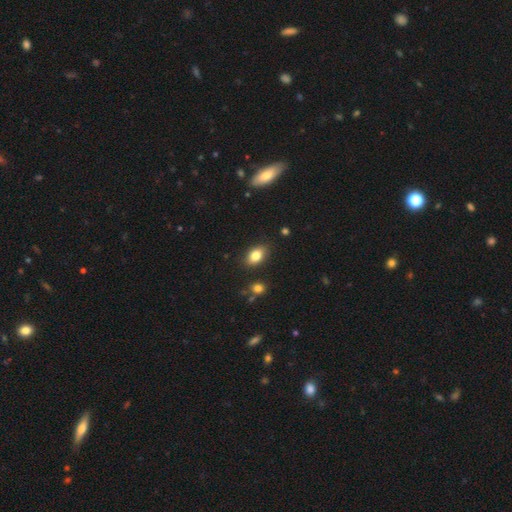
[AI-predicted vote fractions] Smooth or featured? Predicted: smooth (p=0.82). How rounded? Predicted: in between (p=0.84). Merging? Predicted: none (p=0.84).